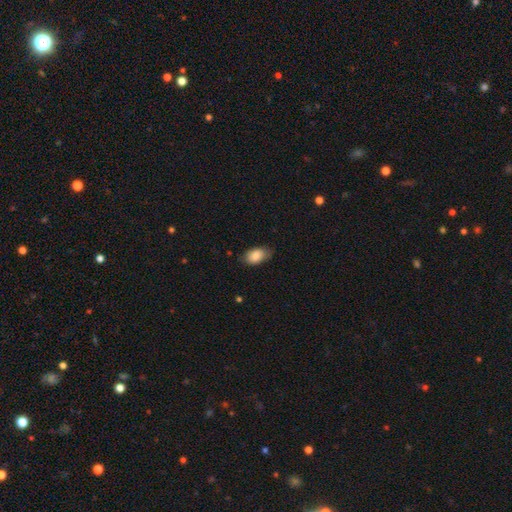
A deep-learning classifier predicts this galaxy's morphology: A smooth galaxy with no disk features (86%) that is in between round and cigar-shaped (91%).

Vote fractions:
- Smooth or featured? smooth: 86% / featured or disk: 7% / star or artifact: 7%
- How rounded? in between: 91% / round: 7% / cigar-shaped: 2%
- Merging? none: 77% / minor disturbance: 18% / major disturbance: 4% / merger: 1%